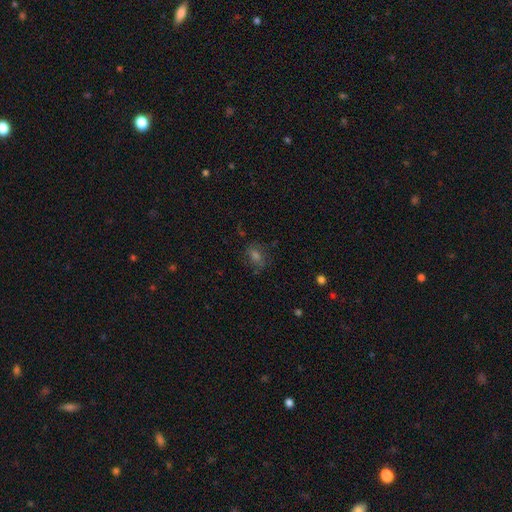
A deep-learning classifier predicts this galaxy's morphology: A smooth galaxy with no disk features (48%). Merging: none (75%).